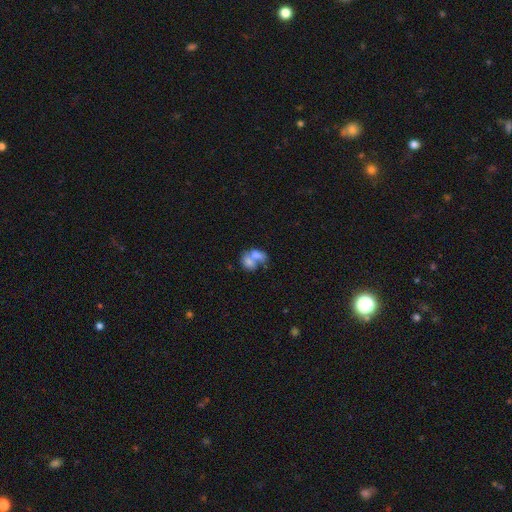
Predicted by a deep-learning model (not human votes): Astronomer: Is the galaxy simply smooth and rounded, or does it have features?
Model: smooth — 69%.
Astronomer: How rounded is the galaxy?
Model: in between — 75%.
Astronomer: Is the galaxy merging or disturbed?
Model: merger — 73%.